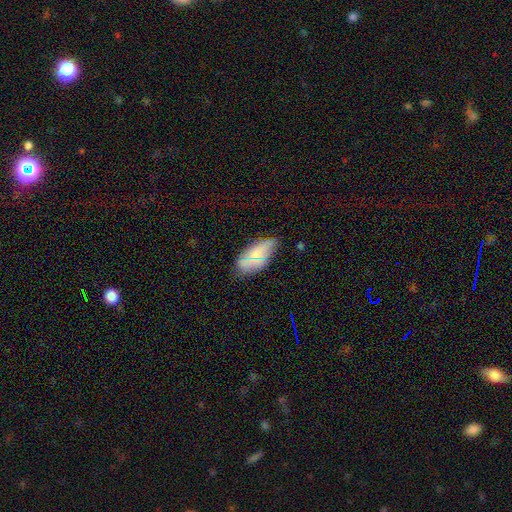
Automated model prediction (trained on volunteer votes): A smooth galaxy with no disk features (69%) that is in between round and cigar-shaped (89%). Merging: none (69%).